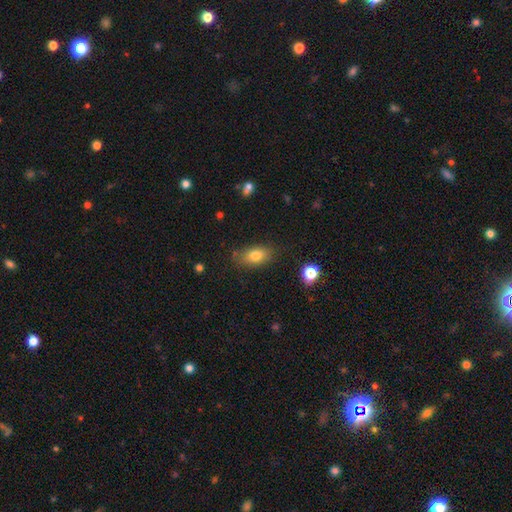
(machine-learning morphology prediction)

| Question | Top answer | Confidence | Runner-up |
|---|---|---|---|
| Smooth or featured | smooth | 78% | featured or disk (12%) |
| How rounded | in between | 86% | round (10%) |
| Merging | none | 78% | minor disturbance (16%) |